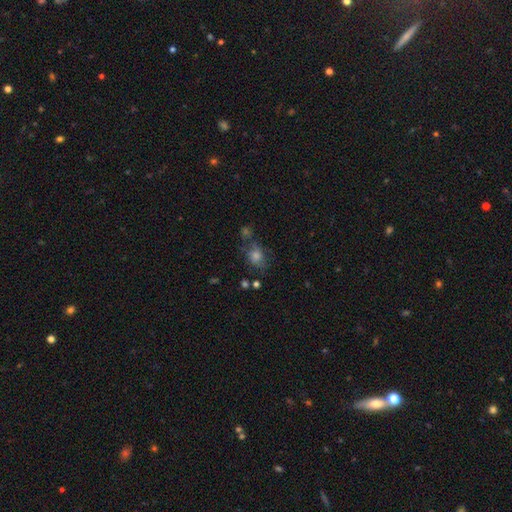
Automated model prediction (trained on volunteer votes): smooth_or_featured: smooth (p=0.51) [alt: star or artifact p=0.26]
how_rounded: round (p=0.54) [alt: in between p=0.44]
merging: none (p=0.59) [alt: minor disturbance p=0.18]